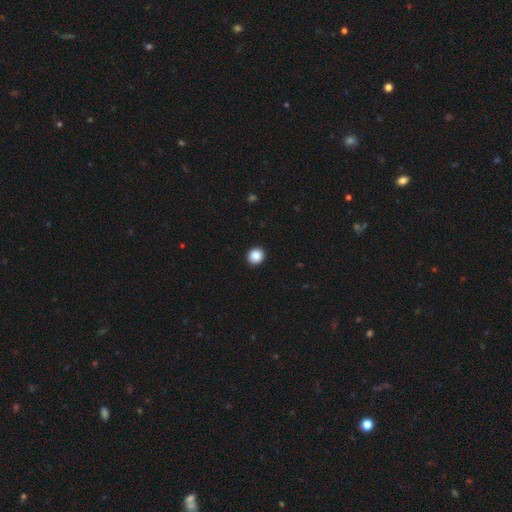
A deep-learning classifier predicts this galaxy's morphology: Q: Smooth or featured?
A: smooth (88%); runner-up: star or artifact (9%)
Q: How rounded?
A: round (86%); runner-up: in between (13%)
Q: Merging?
A: none (93%); runner-up: minor disturbance (5%)